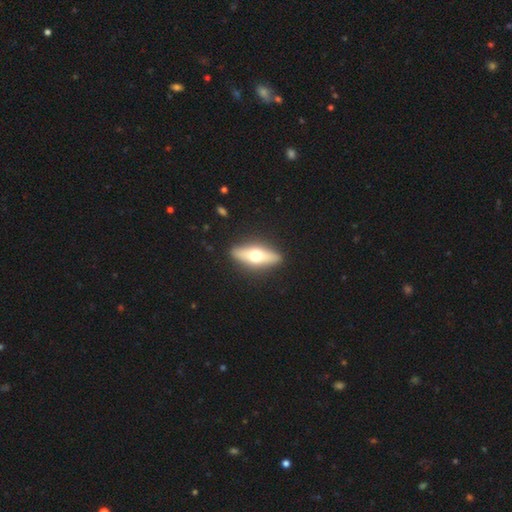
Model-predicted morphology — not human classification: smooth_or_featured: featured or disk (p=0.51) [alt: smooth p=0.42]
disk_edge_on: yes (p=0.84) [alt: no p=0.16]
merging: none (p=0.90) [alt: minor disturbance p=0.07]